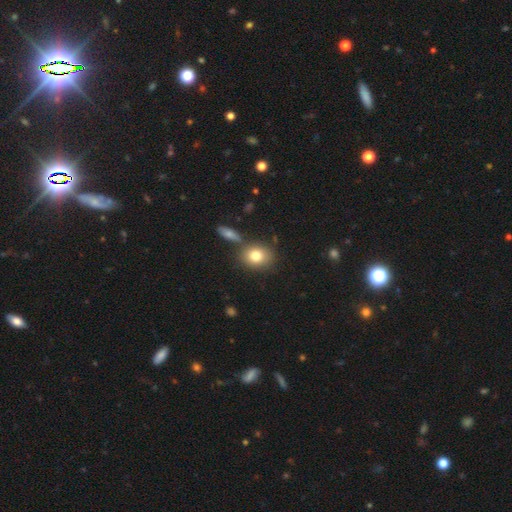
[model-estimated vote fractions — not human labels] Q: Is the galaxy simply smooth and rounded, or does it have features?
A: smooth — 79%.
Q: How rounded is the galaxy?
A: round — 52%.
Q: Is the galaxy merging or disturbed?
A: none — 71%.